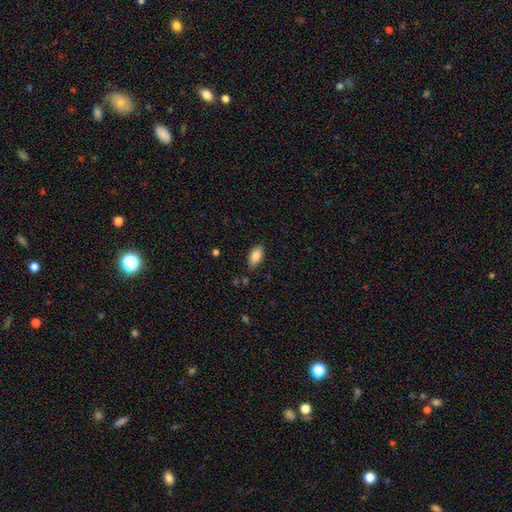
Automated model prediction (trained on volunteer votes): This appears to be a smooth galaxy with no disk features (86%) that is in between round and cigar-shaped (93%). Merging: none (84%).